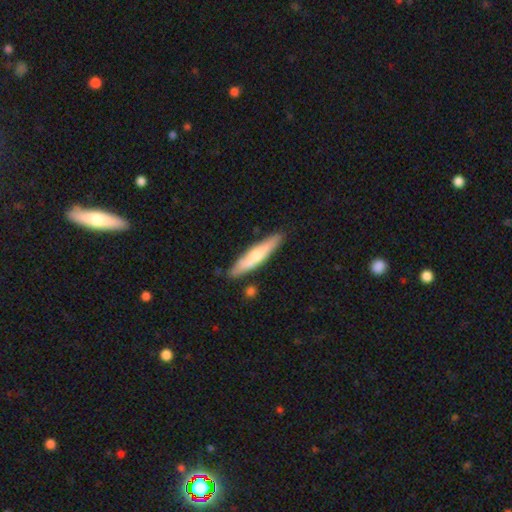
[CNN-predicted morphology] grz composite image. It shows a smooth galaxy with no disk features (56%) that is cigar-shaped (86%). Merging: none (82%).